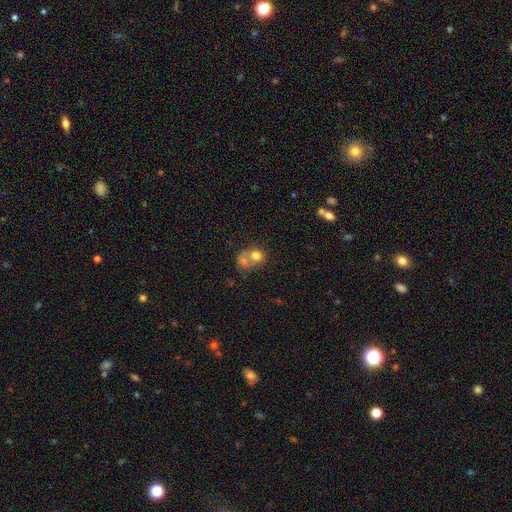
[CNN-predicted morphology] smooth 65%, featured or disk 23%, star or artifact 12%. Down the decision tree: how rounded — round (60%); merging — merger (57%).